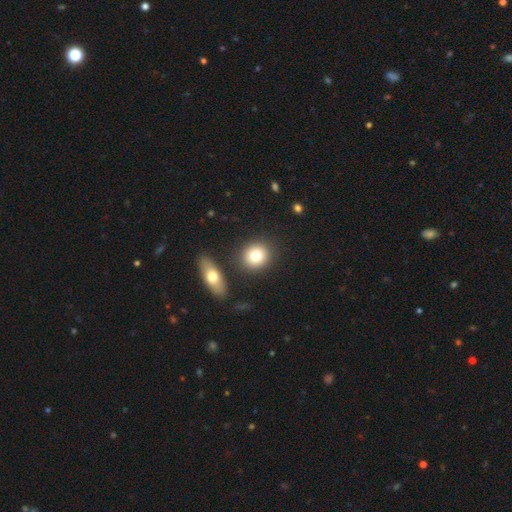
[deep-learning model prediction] Smooth or featured?
  - smooth: 78% *
  - featured or disk: 13%
  - star or artifact: 9%
How rounded?
  - round: 79% *
  - in between: 20%
  - cigar-shaped: 1%
Merging?
  - none: 82% *
  - minor disturbance: 8%
  - merger: 8%
  - major disturbance: 3%